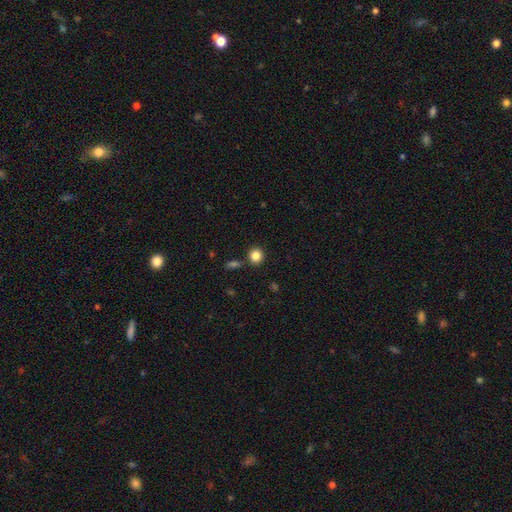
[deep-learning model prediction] smooth_or_featured: smooth (p=0.84) [alt: star or artifact p=0.11]
how_rounded: round (p=0.88) [alt: in between p=0.11]
merging: none (p=0.85) [alt: minor disturbance p=0.07]